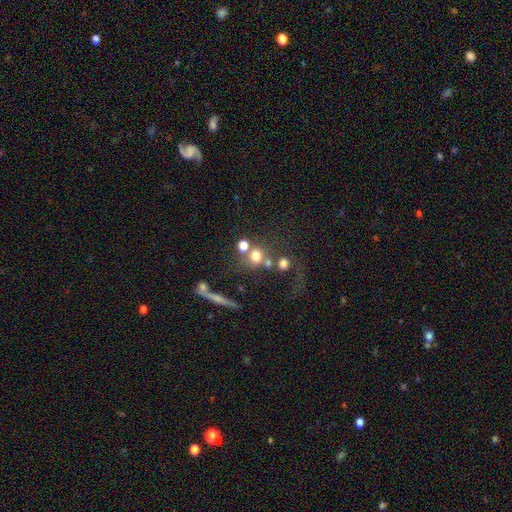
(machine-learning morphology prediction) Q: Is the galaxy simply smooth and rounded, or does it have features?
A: smooth — 66%.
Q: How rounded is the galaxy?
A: round — 77%.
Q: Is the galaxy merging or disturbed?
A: none — 47%.